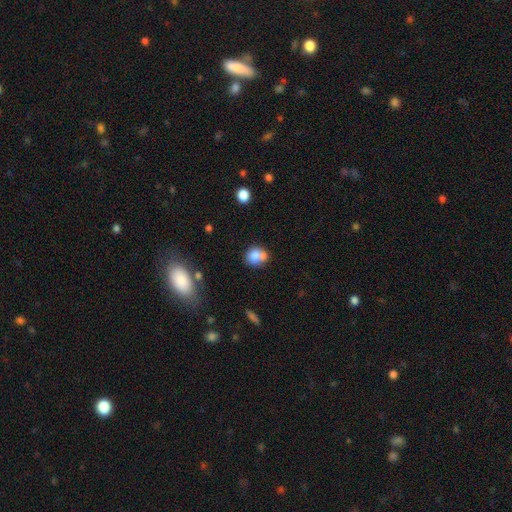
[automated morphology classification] A smooth galaxy with no disk features (77%) that is round (66%).

Vote fractions:
- Smooth or featured? smooth: 77% / featured or disk: 14% / star or artifact: 10%
- How rounded? round: 66% / in between: 33% / cigar-shaped: 1%
- Merging? none: 45% / merger: 33% / minor disturbance: 16% / major disturbance: 6%